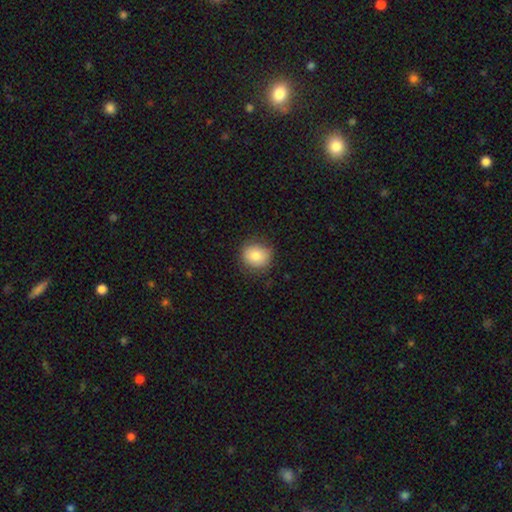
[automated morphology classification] smooth 82%, featured or disk 10%, star or artifact 9%. Down the decision tree: how rounded — round (82%); merging — none (83%).